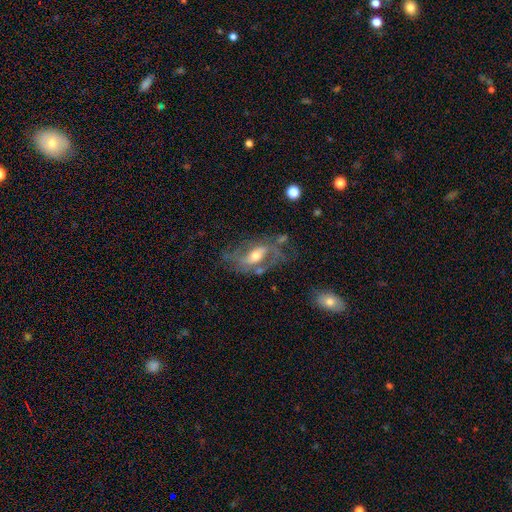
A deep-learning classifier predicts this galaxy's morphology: type=featured or disk (77%); edge-on=no (91%); bar=weak (39%); spiral arms=yes (80%); winding=medium (44%); arm count=2 (70%); bulge=moderate (62%); merging=none (47%).